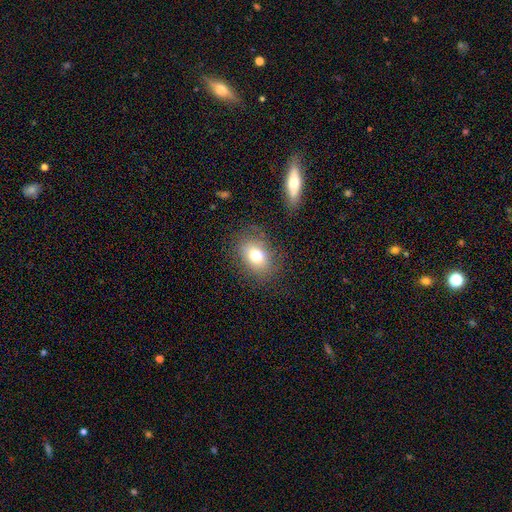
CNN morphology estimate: A smooth galaxy with no disk features (74%) that is in between round and cigar-shaped (66%).

Vote fractions:
- Smooth or featured? smooth: 74% / featured or disk: 14% / star or artifact: 11%
- How rounded? in between: 66% / round: 33% / cigar-shaped: 1%
- Merging? none: 76% / minor disturbance: 15% / major disturbance: 6% / merger: 2%